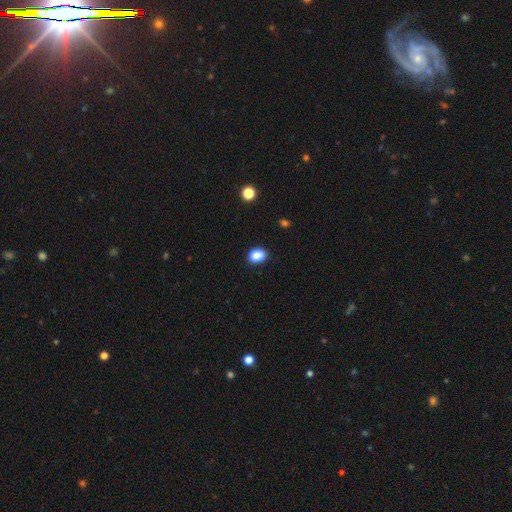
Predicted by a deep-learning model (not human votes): Overall: smooth (87%). How rounded: in between (69%; round 30%). Merging: none (85%).